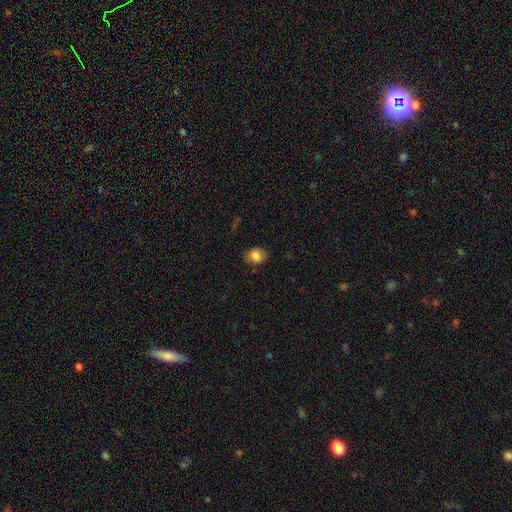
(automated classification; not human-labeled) smooth-or-featured: smooth: 83% | star or artifact: 9% | featured or disk: 8%
  how-rounded: in between: 61% | round: 38% | cigar-shaped: 1%
  merging: none: 83% | minor disturbance: 13% | major disturbance: 3% | merger: 1%